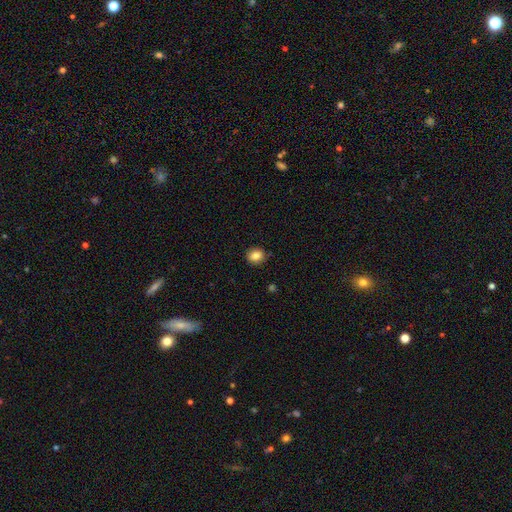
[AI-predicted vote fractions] Smooth or featured? smooth (86%)
How rounded? round (66%)
Merging? none (86%)